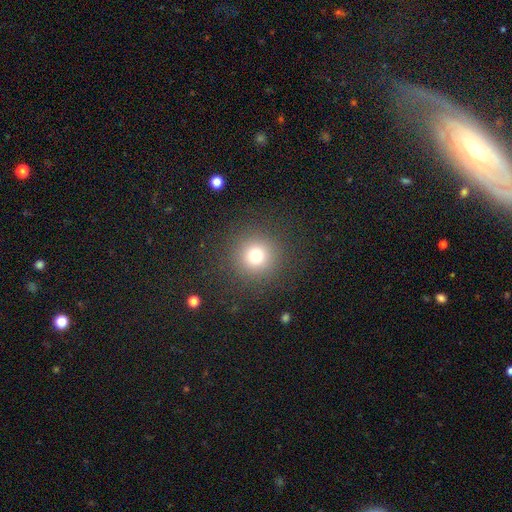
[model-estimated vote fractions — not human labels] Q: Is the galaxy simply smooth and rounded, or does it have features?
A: smooth — 75%.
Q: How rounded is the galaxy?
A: round — 95%.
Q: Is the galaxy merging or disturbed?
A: none — 89%.